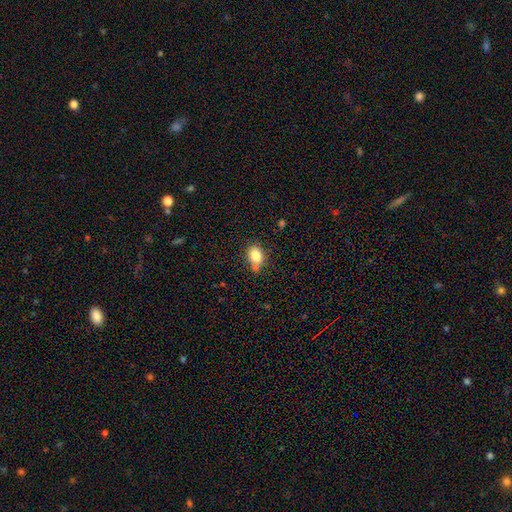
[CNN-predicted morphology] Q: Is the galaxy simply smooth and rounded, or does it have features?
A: smooth — 83%.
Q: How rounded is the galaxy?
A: in between — 70%.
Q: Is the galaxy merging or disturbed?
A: none — 62%.